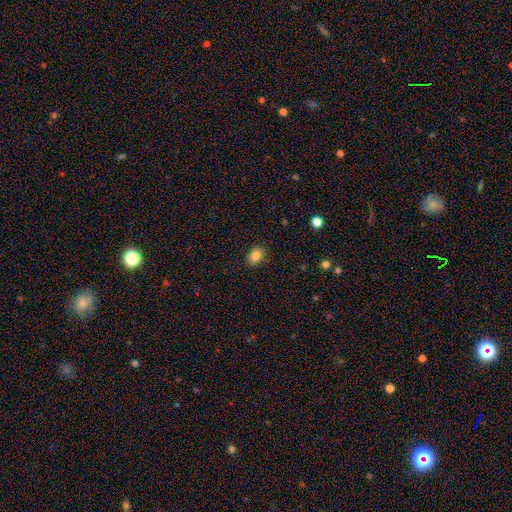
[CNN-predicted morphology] A smooth galaxy with no disk features (84%) that is in between round and cigar-shaped (71%). Merging: none (89%).